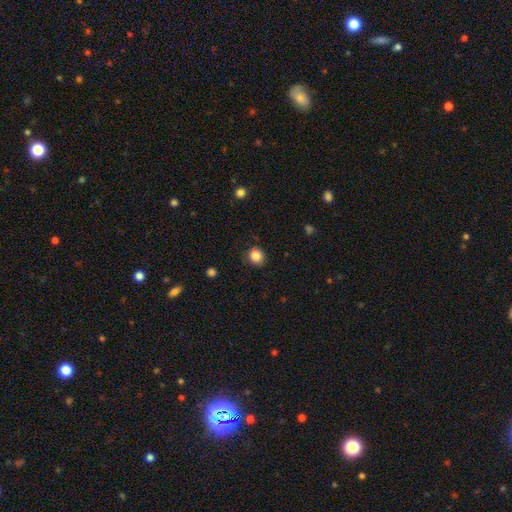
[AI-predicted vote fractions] This appears to be a smooth galaxy with no disk features (86%) that is round (80%). Merging: none (84%).